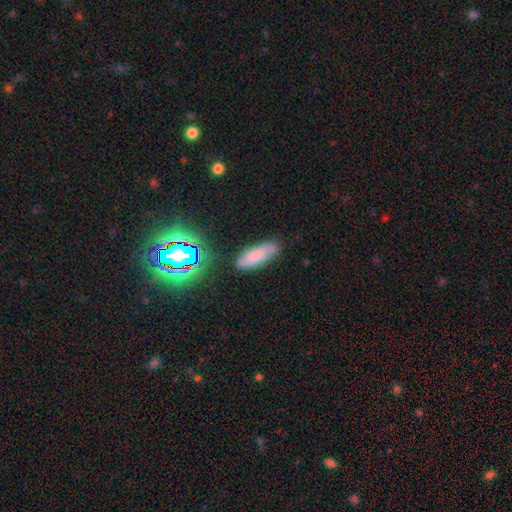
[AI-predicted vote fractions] This is likely a smooth galaxy (61%). How rounded: likely in between (65%). Merging: likely none (79%).